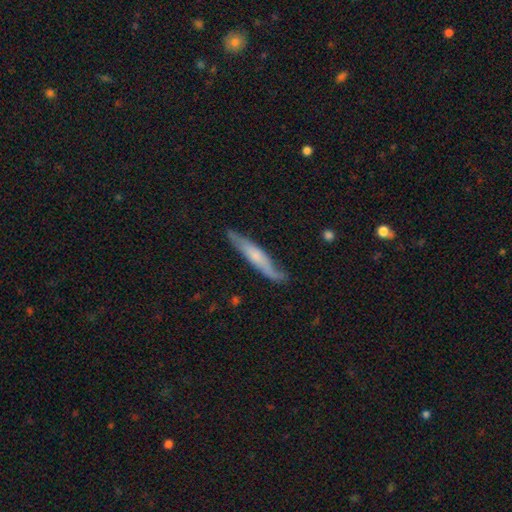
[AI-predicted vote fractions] Smooth or featured?
  - featured or disk: 49% *
  - smooth: 45%
  - star or artifact: 6%
Merging?
  - none: 73% *
  - minor disturbance: 20%
  - major disturbance: 4%
  - merger: 2%